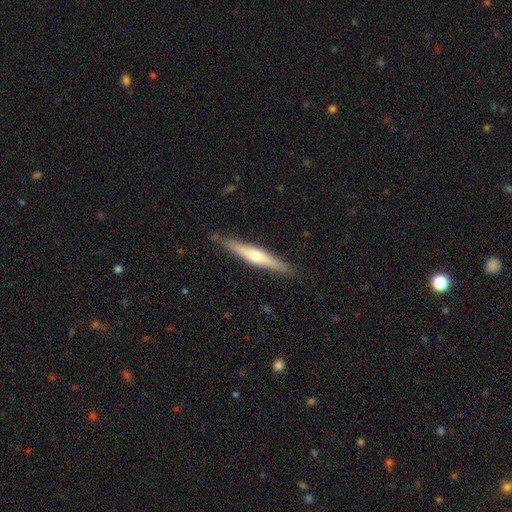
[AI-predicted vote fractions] A featured or disk galaxy (61%) viewed edge-on (95%) with a rounded central bulge (85%).

Vote fractions:
- Smooth or featured? featured or disk: 61% / smooth: 33% / star or artifact: 6%
- Edge-on disk? yes: 95% / no: 5%
- Edge-on bulge? rounded: 85% / none: 10% / boxy: 4%
- Merging? none: 87% / minor disturbance: 10% / major disturbance: 2% / merger: 1%